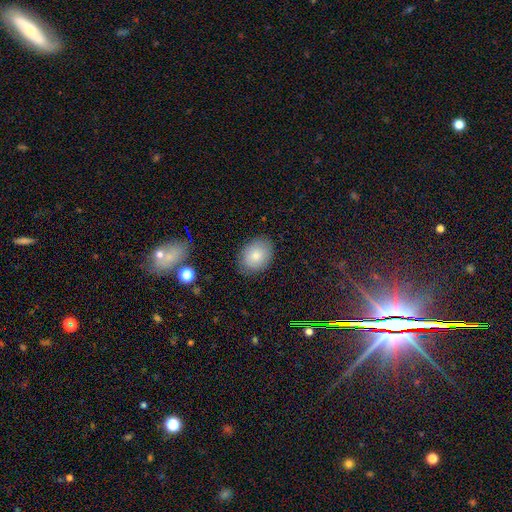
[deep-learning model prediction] Smooth or featured: smooth — 80% (featured or disk — 12%)
How rounded: in between — 65% (round — 34%)
Merging: none — 83% (minor disturbance — 13%)